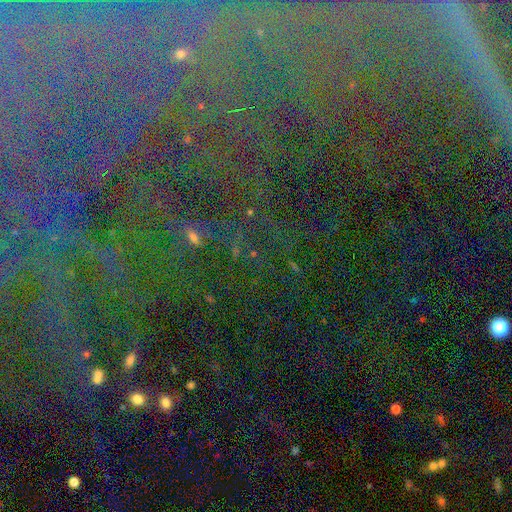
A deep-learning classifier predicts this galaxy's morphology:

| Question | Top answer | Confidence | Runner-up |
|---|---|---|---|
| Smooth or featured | star or artifact | 81% | featured or disk (10%) |